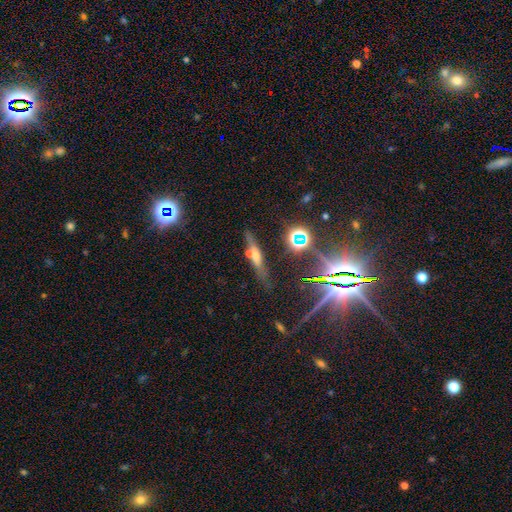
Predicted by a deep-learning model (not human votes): smooth-or-featured: featured or disk: 40% | smooth: 37% | star or artifact: 23%
  merging: none: 61% | minor disturbance: 16% | merger: 16% | major disturbance: 6%